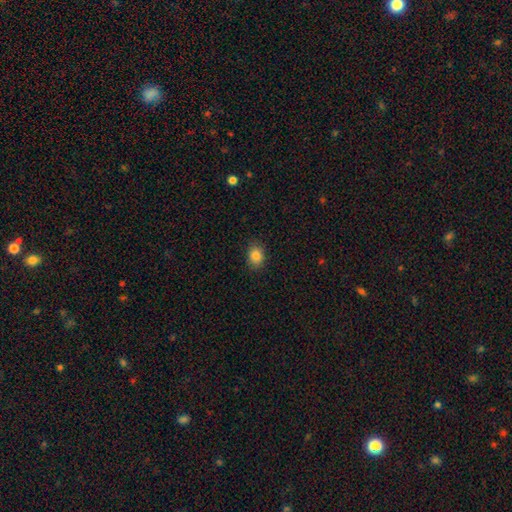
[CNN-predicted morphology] smooth-or-featured: smooth: 84% | star or artifact: 10% | featured or disk: 6%
  how-rounded: in between: 58% | round: 41% | cigar-shaped: 1%
  merging: none: 85% | minor disturbance: 12% | major disturbance: 2% | merger: 1%